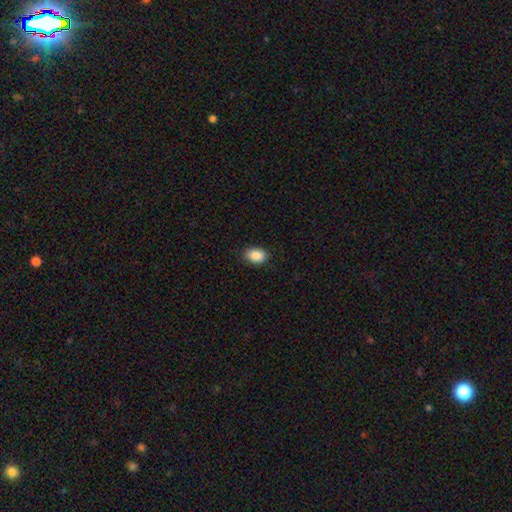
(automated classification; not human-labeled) The model was most divided on "how rounded": in between: 81%, round: 18%, cigar-shaped: 1%. More confident: smooth or featured — smooth (89%); merging — none (85%).